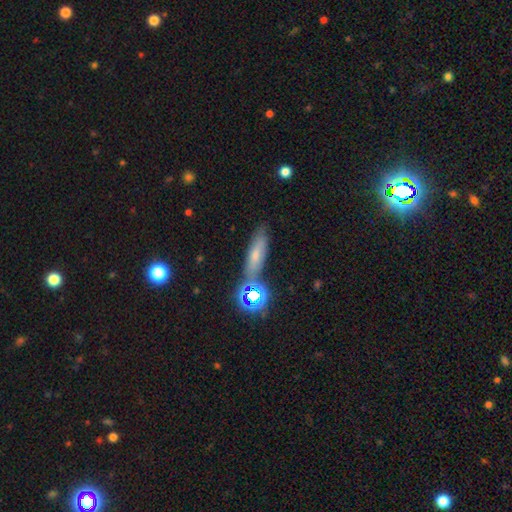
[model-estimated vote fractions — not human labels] Smooth or featured? smooth (57%)
How rounded? cigar-shaped (54%)
Merging? none (72%)